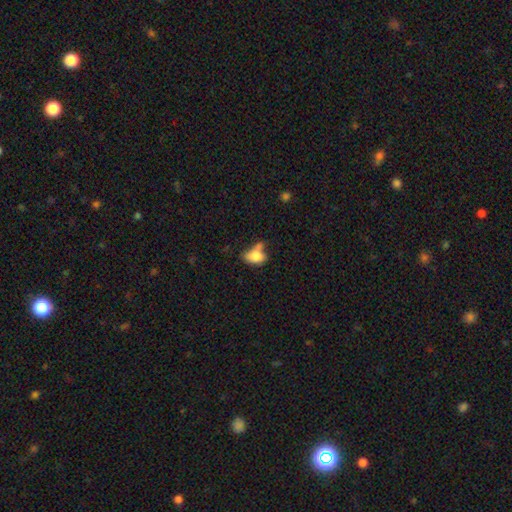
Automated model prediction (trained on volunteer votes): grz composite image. It shows a smooth galaxy with no disk features (79%) that is in between round and cigar-shaped (85%). Merging: none (34%).